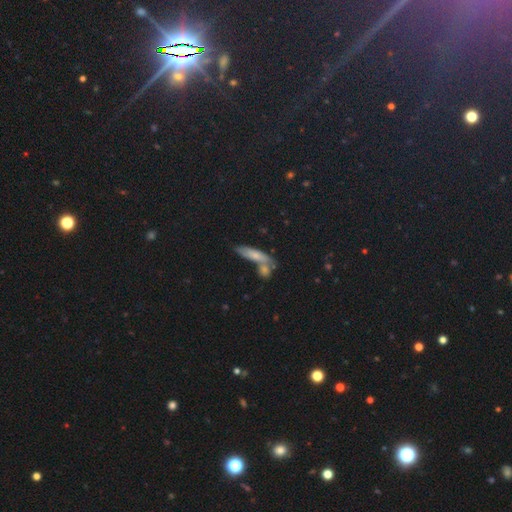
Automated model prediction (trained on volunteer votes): Smooth or featured?
  - smooth: 63% *
  - featured or disk: 27%
  - star or artifact: 10%
How rounded?
  - cigar-shaped: 63% *
  - in between: 33%
  - round: 3%
Merging?
  - none: 50% *
  - merger: 29%
  - minor disturbance: 15%
  - major disturbance: 6%